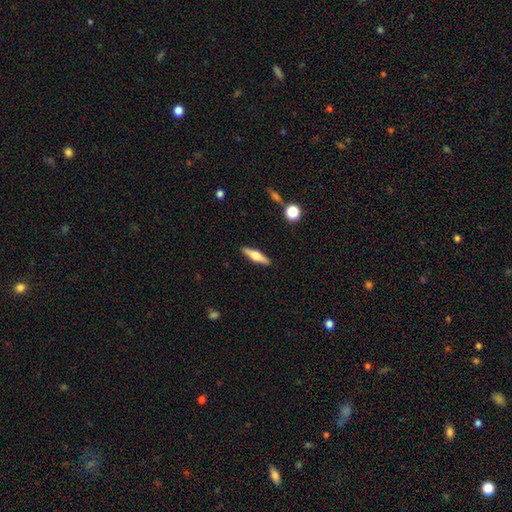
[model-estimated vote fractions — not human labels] Morphology: type=featured or disk (51%); edge-on=yes (95%); merging=none (90%).